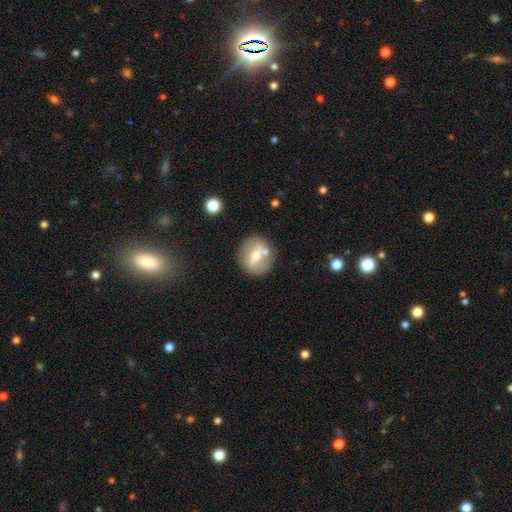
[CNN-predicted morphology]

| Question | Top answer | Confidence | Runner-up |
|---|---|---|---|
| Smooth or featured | smooth | 47% | featured or disk (45%) |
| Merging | none | 78% | minor disturbance (10%) |